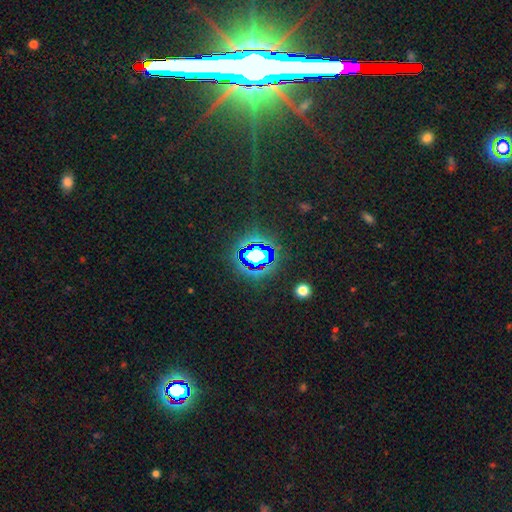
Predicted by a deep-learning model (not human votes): Smooth or featured? Predicted: star or artifact (p=0.72).